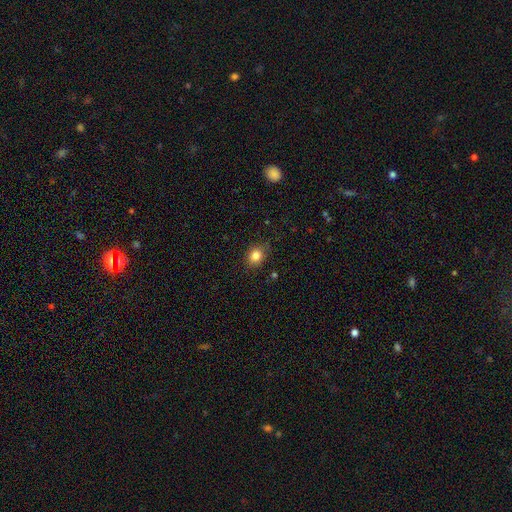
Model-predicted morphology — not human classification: smooth-or-featured: smooth: 83% | star or artifact: 11% | featured or disk: 6%
  how-rounded: round: 57% | in between: 42% | cigar-shaped: 1%
  merging: none: 84% | minor disturbance: 12% | major disturbance: 3% | merger: 1%